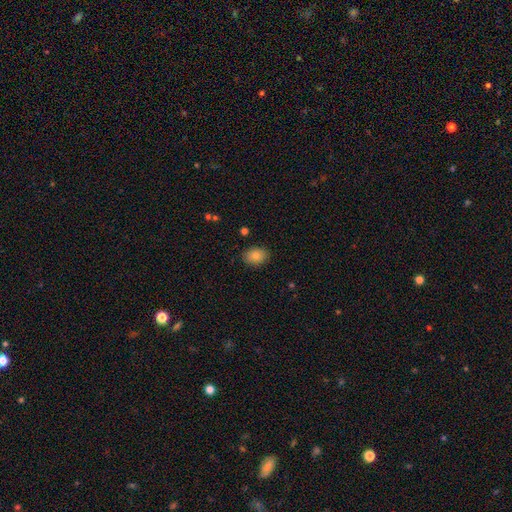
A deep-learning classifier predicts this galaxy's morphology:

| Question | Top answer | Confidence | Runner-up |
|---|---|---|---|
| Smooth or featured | smooth | 82% | featured or disk (9%) |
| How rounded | in between | 73% | round (26%) |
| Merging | none | 88% | minor disturbance (9%) |